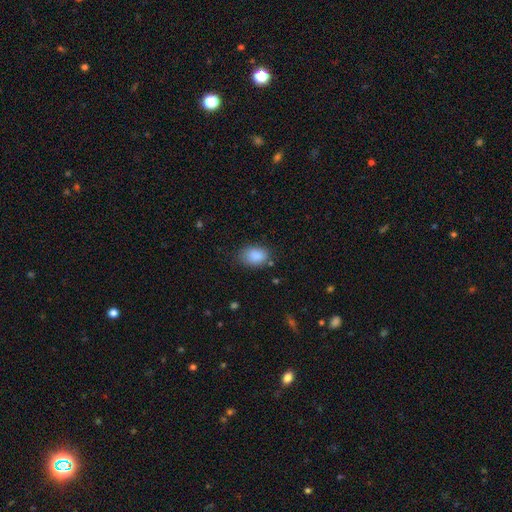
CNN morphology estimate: smooth-or-featured: smooth: 88% | star or artifact: 8% | featured or disk: 4%
  how-rounded: in between: 82% | round: 16% | cigar-shaped: 1%
  merging: none: 76% | minor disturbance: 18% | major disturbance: 4% | merger: 2%